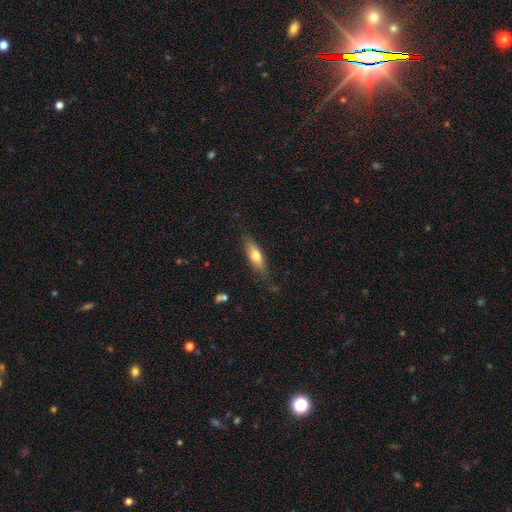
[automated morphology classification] Smooth or featured: smooth — 63% (featured or disk — 31%)
How rounded: cigar-shaped — 52% (in between — 45%)
Merging: none — 79% (minor disturbance — 16%)